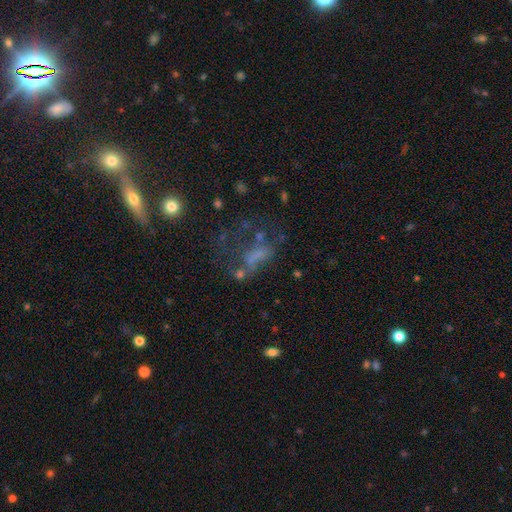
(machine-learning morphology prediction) Smooth or featured? Predicted: featured or disk (p=0.39). Merging? Predicted: major disturbance (p=0.37).